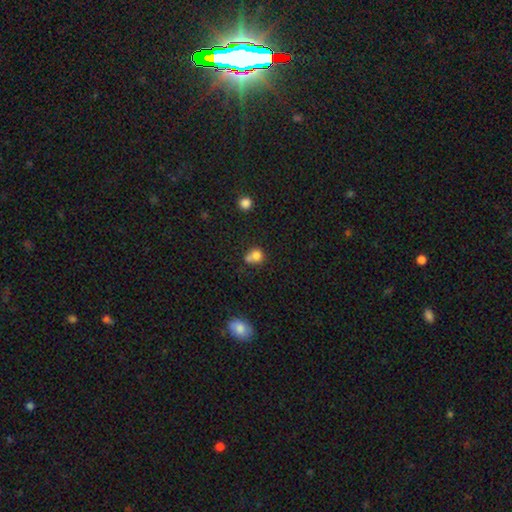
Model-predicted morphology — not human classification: Q: Smooth or featured?
A: smooth (78%); runner-up: star or artifact (11%)
Q: How rounded?
A: round (71%); runner-up: in between (27%)
Q: Merging?
A: none (39%); runner-up: merger (36%)